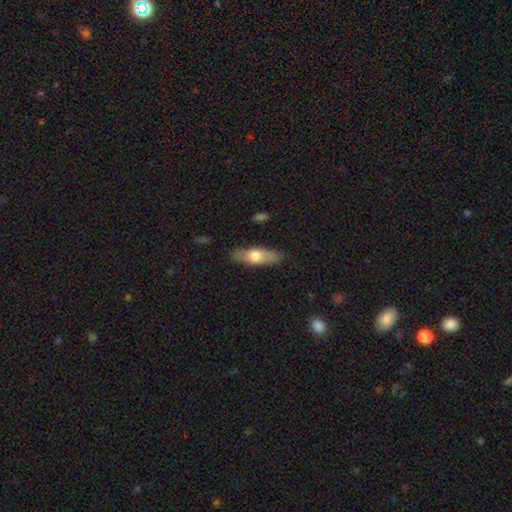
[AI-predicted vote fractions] Smooth or featured? smooth (61%)
How rounded? in between (51%)
Merging? none (86%)